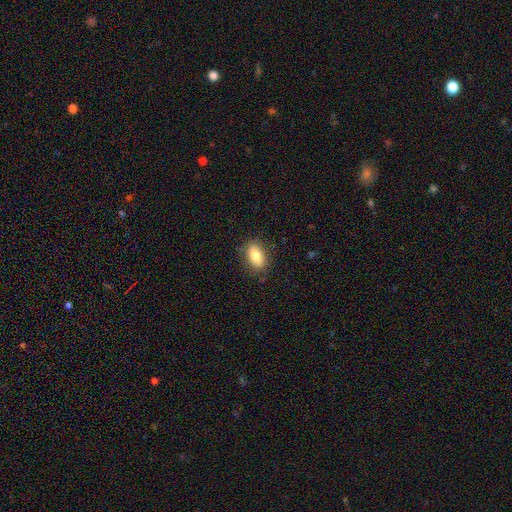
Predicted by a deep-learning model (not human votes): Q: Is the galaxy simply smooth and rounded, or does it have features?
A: smooth — 79%.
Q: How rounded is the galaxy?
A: in between — 88%.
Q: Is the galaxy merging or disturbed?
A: none — 83%.